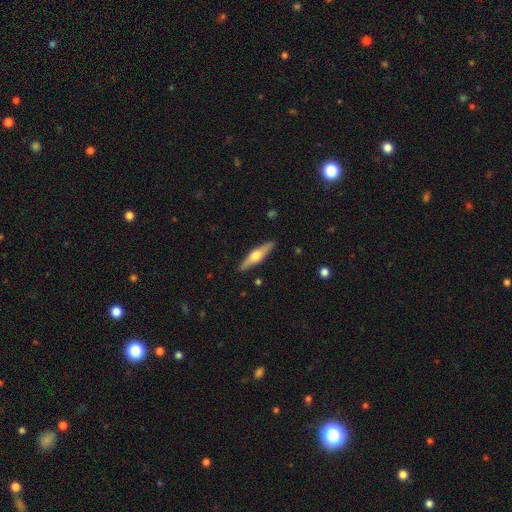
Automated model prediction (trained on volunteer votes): A featured or disk galaxy (58%) viewed edge-on (94%) with a rounded central bulge (94%). Merging: none (90%).